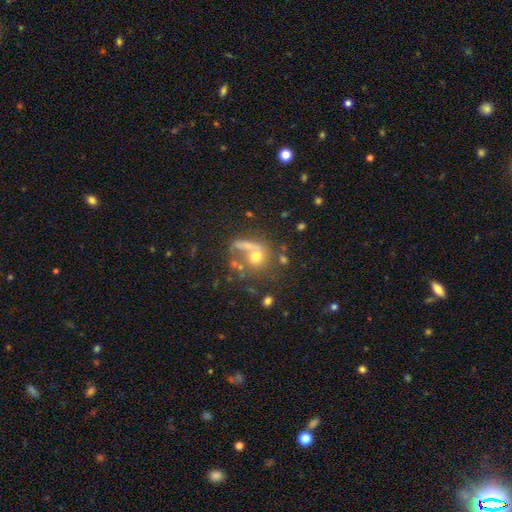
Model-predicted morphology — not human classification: A smooth galaxy with no disk features (46%). Merging: none (36%).